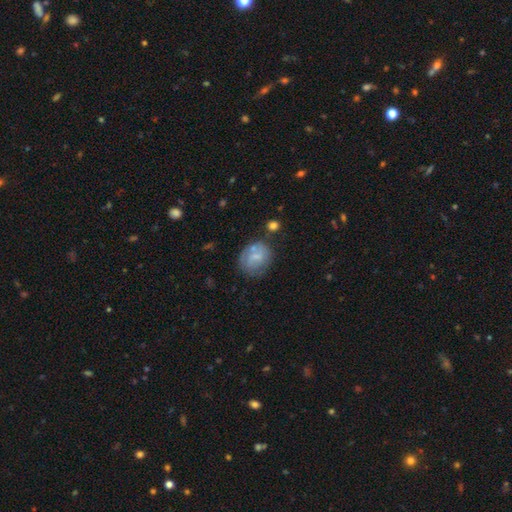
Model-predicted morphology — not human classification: A smooth galaxy with no disk features (54%) that is round (61%). Merging: none (55%).